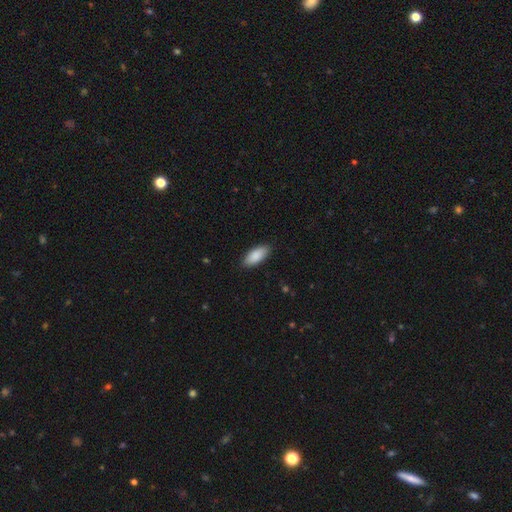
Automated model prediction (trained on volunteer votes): A smooth galaxy with no disk features (89%) that is in between round and cigar-shaped (86%).

Vote fractions:
- Smooth or featured? smooth: 89% / star or artifact: 6% / featured or disk: 5%
- How rounded? in between: 86% / cigar-shaped: 13% / round: 2%
- Merging? none: 88% / minor disturbance: 9% / major disturbance: 2% / merger: 1%